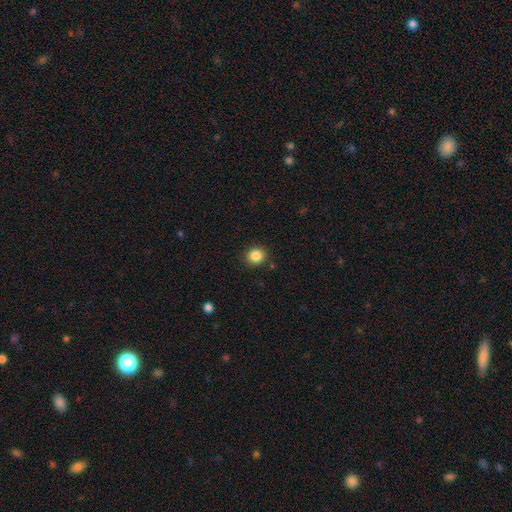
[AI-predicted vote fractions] Smooth or featured?
  - smooth: 85% *
  - star or artifact: 11%
  - featured or disk: 4%
How rounded?
  - round: 85% *
  - in between: 14%
  - cigar-shaped: 1%
Merging?
  - none: 88% *
  - minor disturbance: 8%
  - major disturbance: 2%
  - merger: 2%